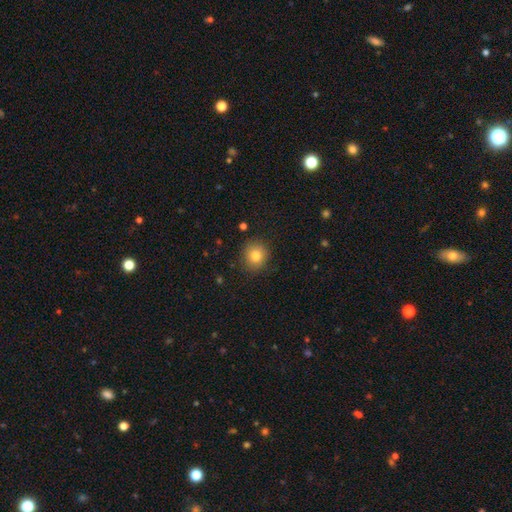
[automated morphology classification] A smooth galaxy with no disk features (82%) that is round (88%). Merging: none (88%).